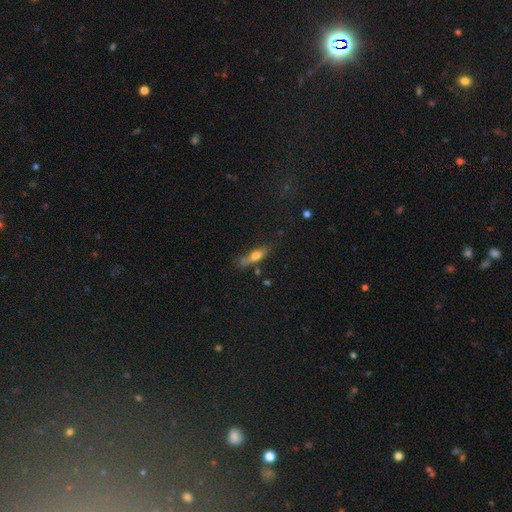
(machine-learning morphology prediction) smooth 58%, featured or disk 34%, star or artifact 9%. Down the decision tree: how rounded — cigar-shaped (61%); merging — none (59%).